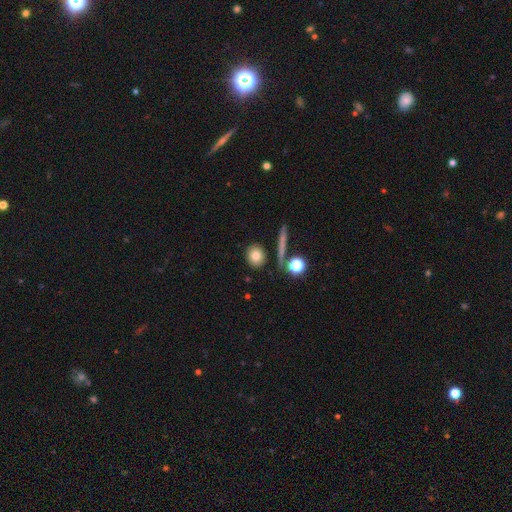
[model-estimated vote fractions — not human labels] Overall: smooth (79%). How rounded: round (71%). Merging: none (82%).